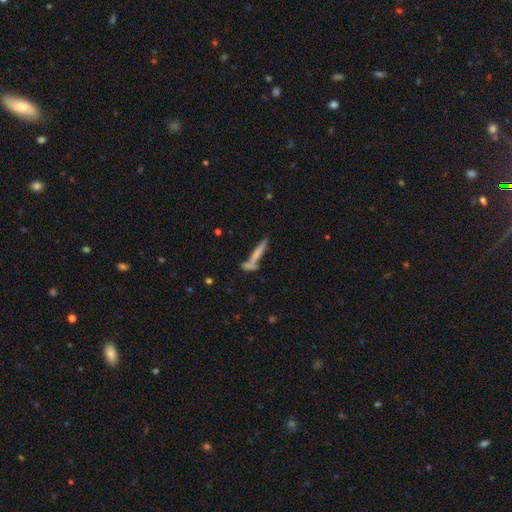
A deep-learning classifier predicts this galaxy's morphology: smooth 53%, featured or disk 38%, star or artifact 9%. Down the decision tree: how rounded — cigar-shaped (92%); merging — none (61%).